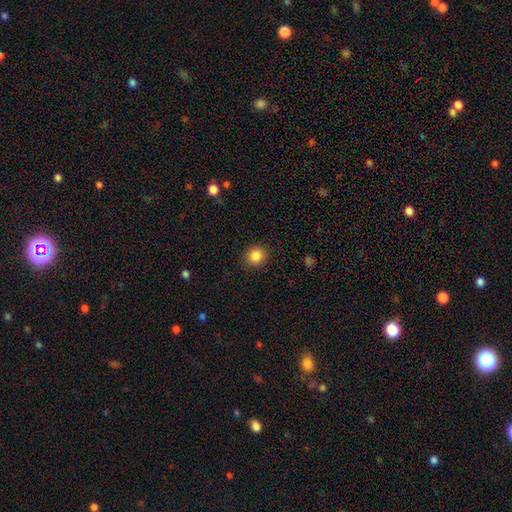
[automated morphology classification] This is clearly a smooth galaxy (86%). How rounded: clearly round (82%). Merging: clearly none (90%).